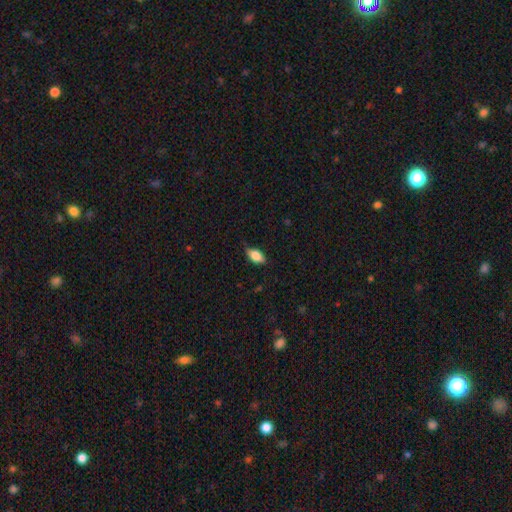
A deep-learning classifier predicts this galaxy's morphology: This appears to be a smooth galaxy with no disk features (80%) that is in between round and cigar-shaped (89%). Merging: none (77%).